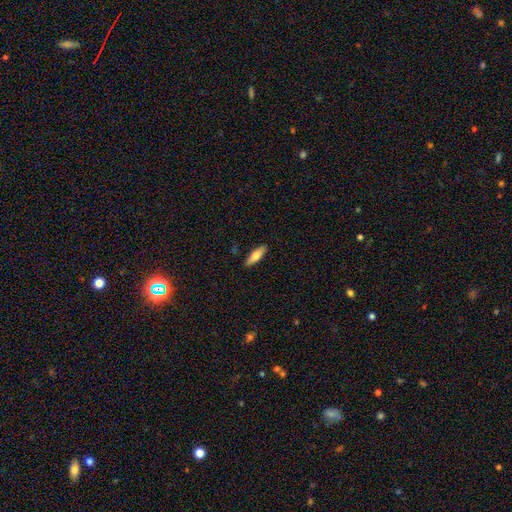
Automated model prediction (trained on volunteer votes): The model was most divided on "how rounded": in between: 52%, cigar-shaped: 46%, round: 2%. More confident: merging — none (88%); smooth or featured — smooth (75%).